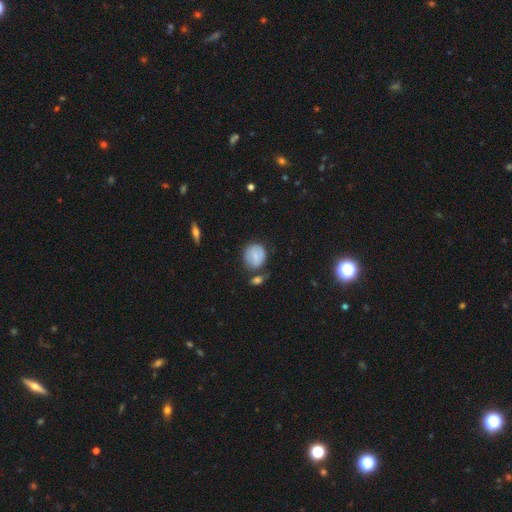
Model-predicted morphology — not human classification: The model was most divided on "merging": none: 57%, minor disturbance: 21%, merger: 15%, major disturbance: 6%. More confident: smooth or featured — smooth (75%); how rounded — round (72%).